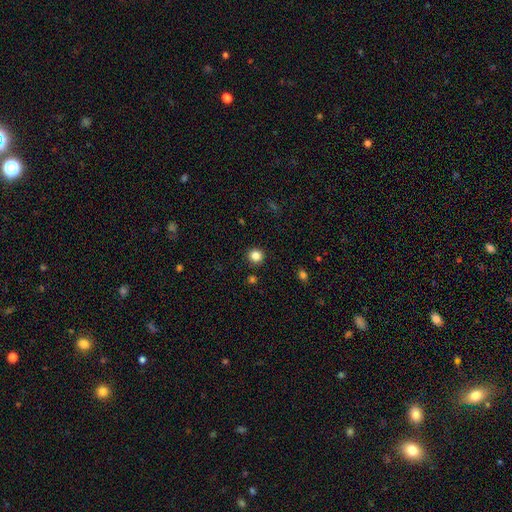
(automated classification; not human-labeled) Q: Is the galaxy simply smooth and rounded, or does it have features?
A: smooth — 84%.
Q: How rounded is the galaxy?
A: round — 94%.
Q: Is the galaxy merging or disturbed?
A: none — 92%.